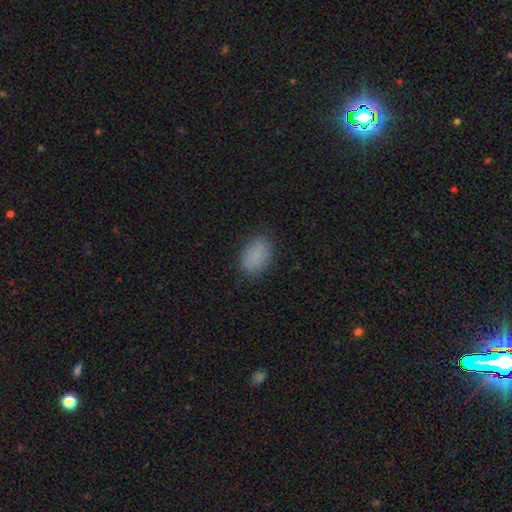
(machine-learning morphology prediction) Smooth or featured: smooth — 85% (star or artifact — 9%)
How rounded: in between — 89% (round — 10%)
Merging: none — 81% (minor disturbance — 14%)